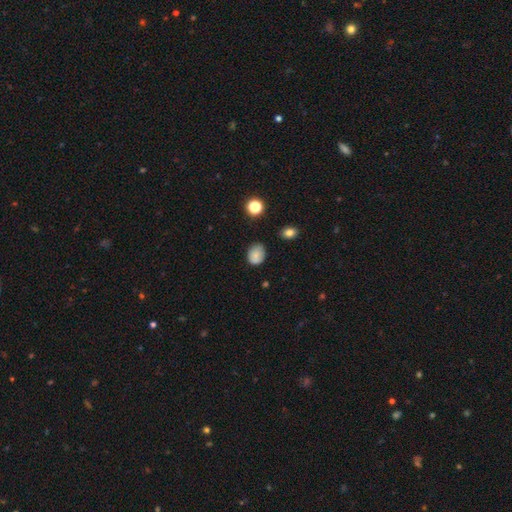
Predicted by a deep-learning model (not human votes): Smooth or featured: smooth — 80% (star or artifact — 10%)
How rounded: round — 53% (in between — 46%)
Merging: none — 69% (minor disturbance — 24%)